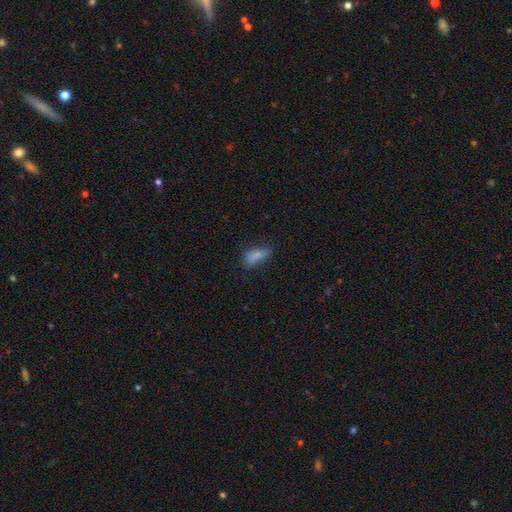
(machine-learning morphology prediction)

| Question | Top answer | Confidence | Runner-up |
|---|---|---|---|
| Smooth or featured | smooth | 80% | featured or disk (10%) |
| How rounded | in between | 77% | cigar-shaped (19%) |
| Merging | none | 61% | minor disturbance (27%) |